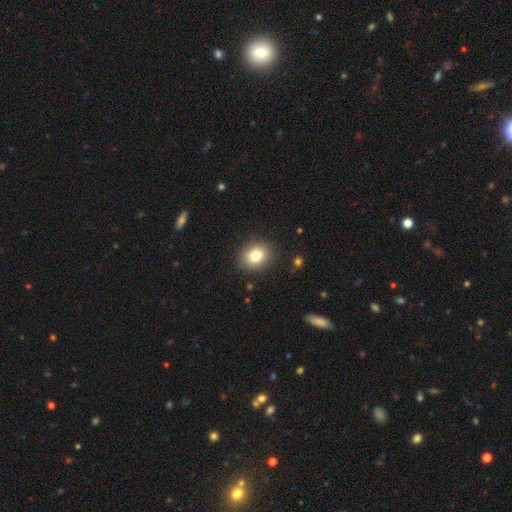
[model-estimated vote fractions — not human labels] Overall: smooth (81%). How rounded: round (67%; in between 32%). Merging: none (89%).